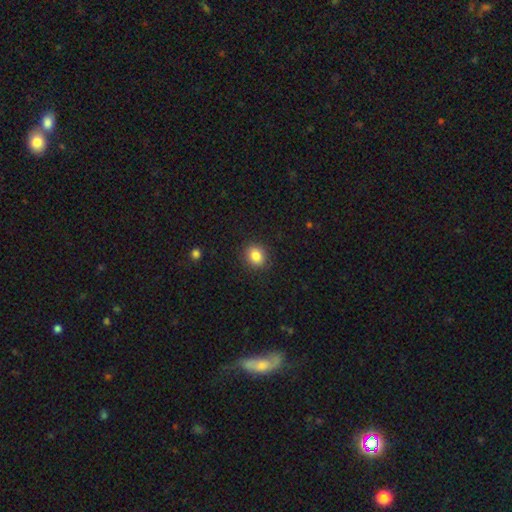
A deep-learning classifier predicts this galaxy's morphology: smooth-or-featured: smooth: 85% | star or artifact: 10% | featured or disk: 6%
  how-rounded: round: 69% | in between: 30% | cigar-shaped: 1%
  merging: none: 90% | minor disturbance: 7% | major disturbance: 2% | merger: 1%